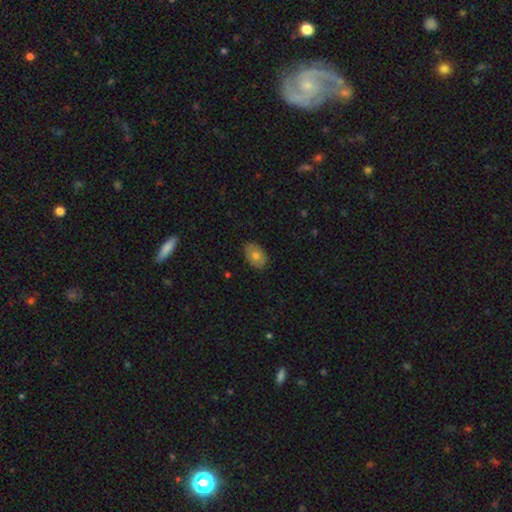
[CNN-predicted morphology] Smooth or featured? smooth (69%)
How rounded? in between (83%)
Merging? none (82%)